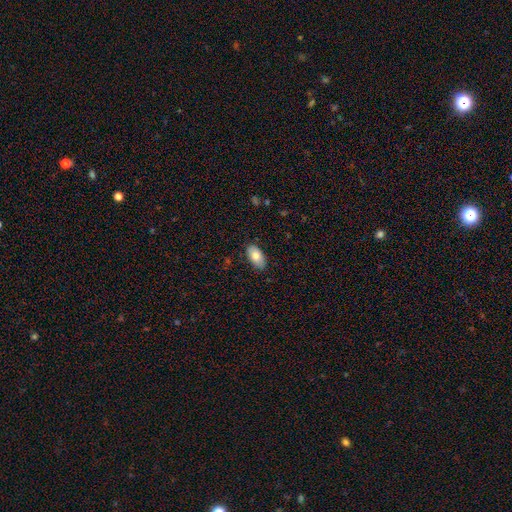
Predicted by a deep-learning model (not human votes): The model was most divided on "smooth or featured": smooth: 78%, featured or disk: 15%, star or artifact: 7%. More confident: how rounded — in between (94%); merging — none (85%).